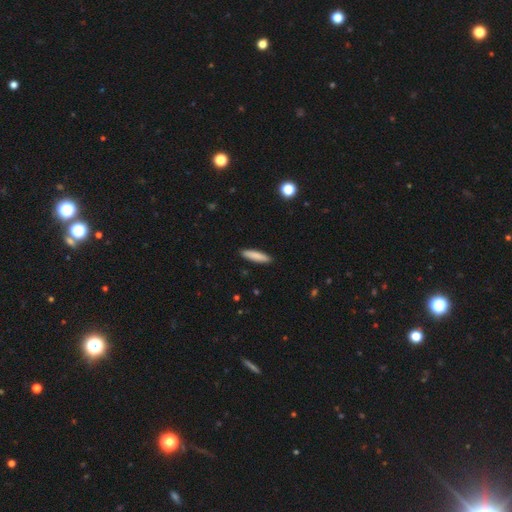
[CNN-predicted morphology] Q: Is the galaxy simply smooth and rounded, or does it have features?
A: smooth — 85%.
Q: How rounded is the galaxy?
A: cigar-shaped — 81%.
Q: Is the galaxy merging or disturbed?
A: none — 91%.